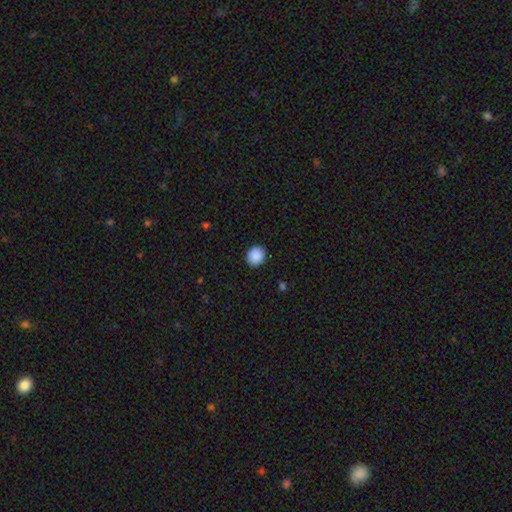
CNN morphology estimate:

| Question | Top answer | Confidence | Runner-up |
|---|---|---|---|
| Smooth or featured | smooth | 89% | star or artifact (8%) |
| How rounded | round | 86% | in between (13%) |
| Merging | none | 92% | minor disturbance (6%) |